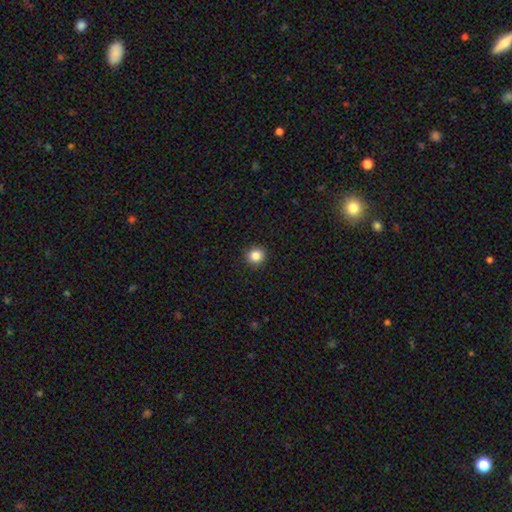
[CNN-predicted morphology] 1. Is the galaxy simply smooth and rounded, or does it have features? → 85% smooth, 11% star or artifact, 4% featured or disk.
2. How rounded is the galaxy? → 93% round, 7% in between, 1% cigar-shaped.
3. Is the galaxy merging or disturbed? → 92% none, 5% minor disturbance, 2% major disturbance, 1% merger.